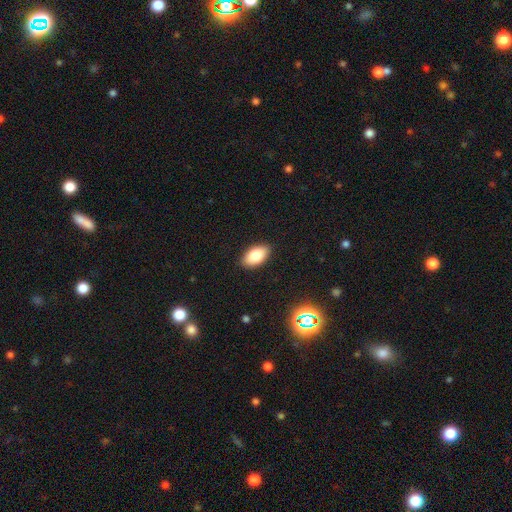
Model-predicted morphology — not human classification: A smooth galaxy with no disk features (81%) that is in between round and cigar-shaped (93%).

Vote fractions:
- Smooth or featured? smooth: 81% / featured or disk: 11% / star or artifact: 8%
- How rounded? in between: 93% / round: 4% / cigar-shaped: 3%
- Merging? none: 89% / minor disturbance: 9% / major disturbance: 2% / merger: 1%